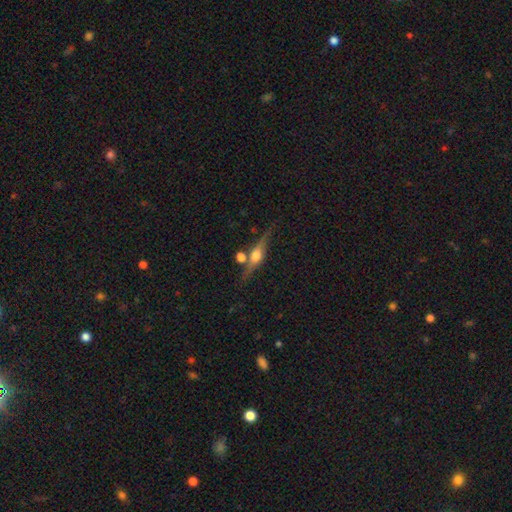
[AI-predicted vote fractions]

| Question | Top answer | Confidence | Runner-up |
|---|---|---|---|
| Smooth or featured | featured or disk | 74% | smooth (19%) |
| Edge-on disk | yes | 94% | no (6%) |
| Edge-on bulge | rounded | 93% | boxy (5%) |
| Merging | none | 71% | minor disturbance (13%) |